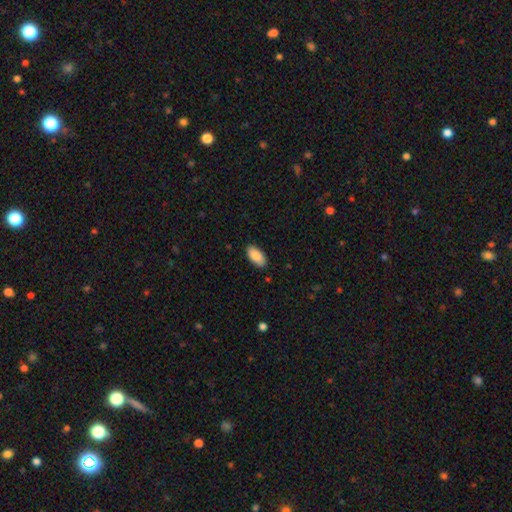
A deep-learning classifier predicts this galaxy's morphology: smooth-or-featured: smooth: 87% | featured or disk: 7% | star or artifact: 6%
  how-rounded: in between: 93% | cigar-shaped: 5% | round: 2%
  merging: none: 88% | minor disturbance: 9% | major disturbance: 2% | merger: 1%